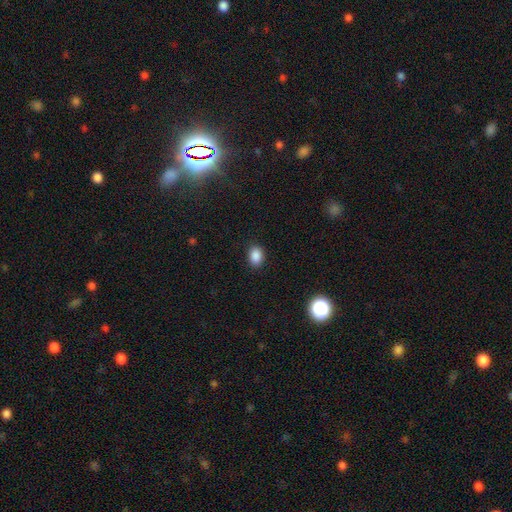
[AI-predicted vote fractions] This appears to be a smooth galaxy with no disk features (87%) that is in between round and cigar-shaped (72%). Merging: none (88%).